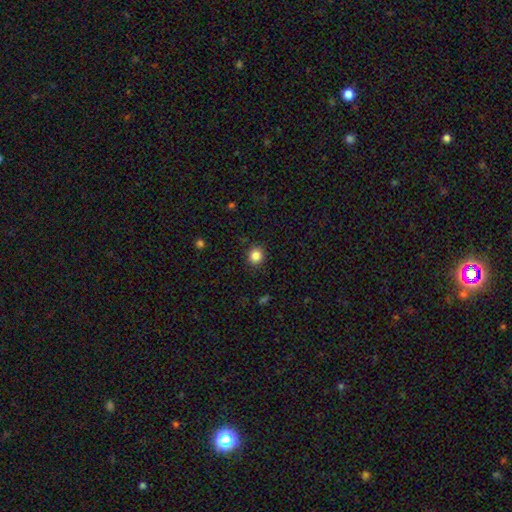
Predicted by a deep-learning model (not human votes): This is clearly a smooth galaxy (85%). How rounded: clearly round (86%). Merging: clearly none (90%).